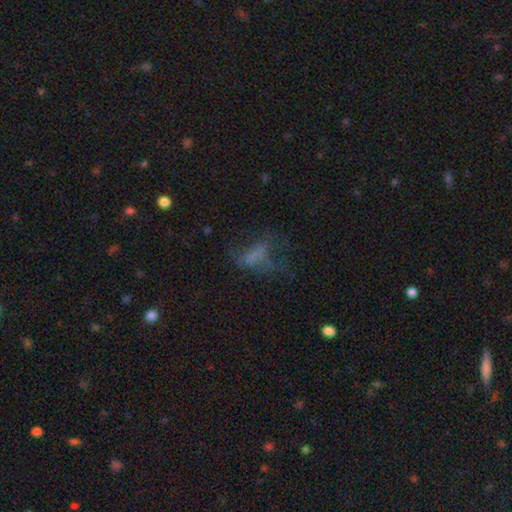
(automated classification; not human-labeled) smooth 44%, featured or disk 32%, star or artifact 24%. Down the decision tree: merging — major disturbance (44%).